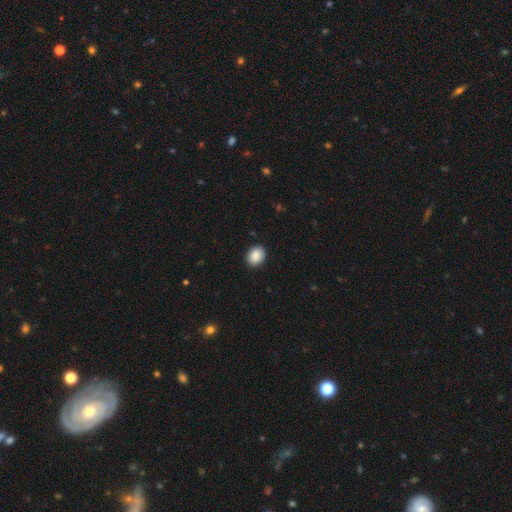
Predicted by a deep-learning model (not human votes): A smooth galaxy with no disk features (89%) that is in between round and cigar-shaped (54%).

Vote fractions:
- Smooth or featured? smooth: 89% / star or artifact: 8% / featured or disk: 3%
- How rounded? in between: 54% / round: 45% / cigar-shaped: 1%
- Merging? none: 90% / minor disturbance: 7% / major disturbance: 2% / merger: 1%